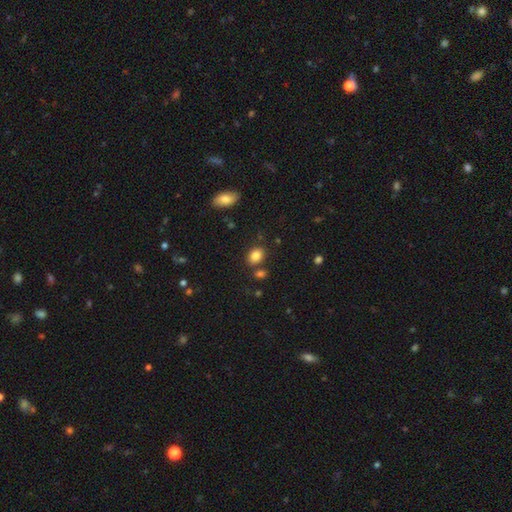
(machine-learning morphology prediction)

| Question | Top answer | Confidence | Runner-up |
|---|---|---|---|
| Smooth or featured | smooth | 84% | star or artifact (10%) |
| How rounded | in between | 64% | round (34%) |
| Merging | none | 77% | minor disturbance (11%) |